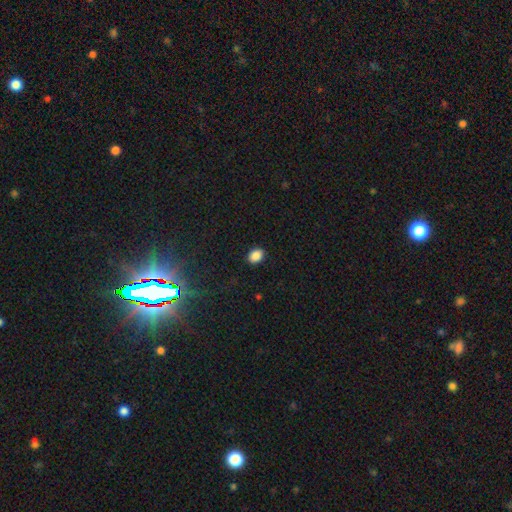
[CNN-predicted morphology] Q: Smooth or featured?
A: smooth (87%); runner-up: star or artifact (10%)
Q: How rounded?
A: in between (62%); runner-up: round (37%)
Q: Merging?
A: none (90%); runner-up: minor disturbance (7%)